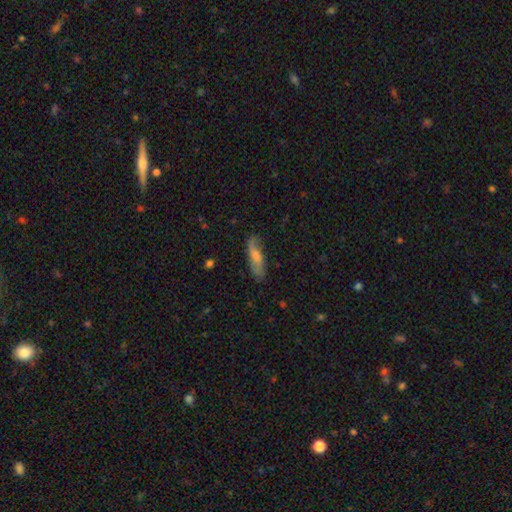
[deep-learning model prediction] Smooth or featured: smooth — 52% (featured or disk — 41%)
How rounded: cigar-shaped — 61% (in between — 37%)
Merging: none — 77% (minor disturbance — 17%)